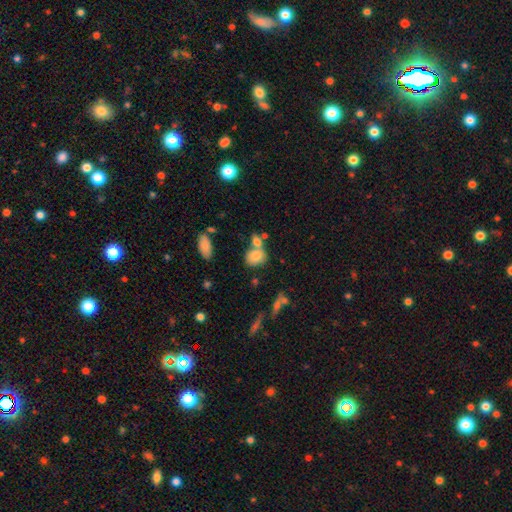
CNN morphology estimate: Q: Smooth or featured?
A: smooth (80%); runner-up: featured or disk (11%)
Q: How rounded?
A: round (50%); runner-up: in between (48%)
Q: Merging?
A: none (50%); runner-up: merger (34%)